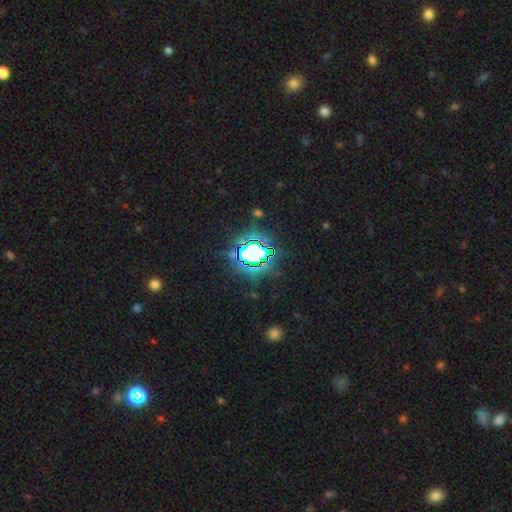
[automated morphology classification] Smooth or featured? Predicted: star or artifact (p=0.74).